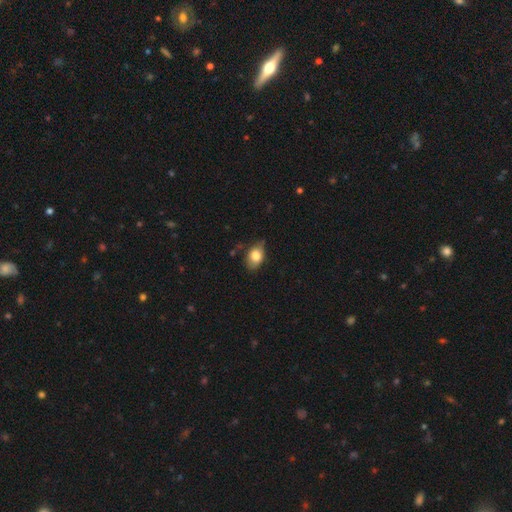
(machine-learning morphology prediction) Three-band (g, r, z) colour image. It shows a smooth galaxy with no disk features (77%) that is in between round and cigar-shaped (82%). Merging: none (56%).